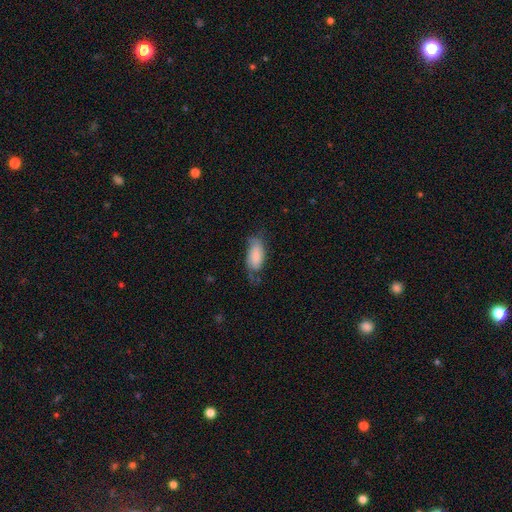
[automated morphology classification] smooth 66%, featured or disk 27%, star or artifact 7%. Down the decision tree: how rounded — in between (89%); merging — none (45%).